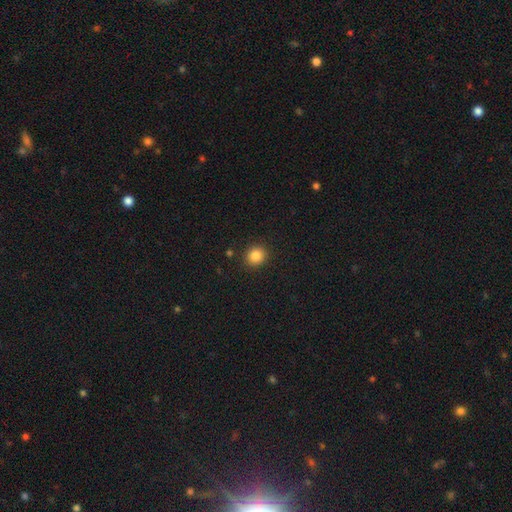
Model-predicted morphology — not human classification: This appears to be a smooth galaxy with no disk features (85%) that is round (82%). Merging: none (90%).